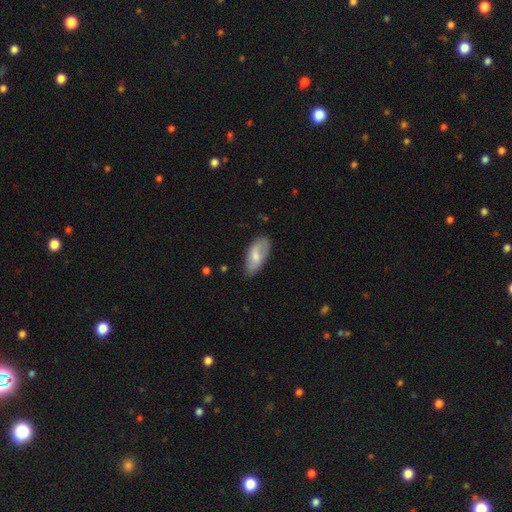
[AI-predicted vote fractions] Morphology: type=smooth (64%); roundness=in between (90%); merging=none (71%).